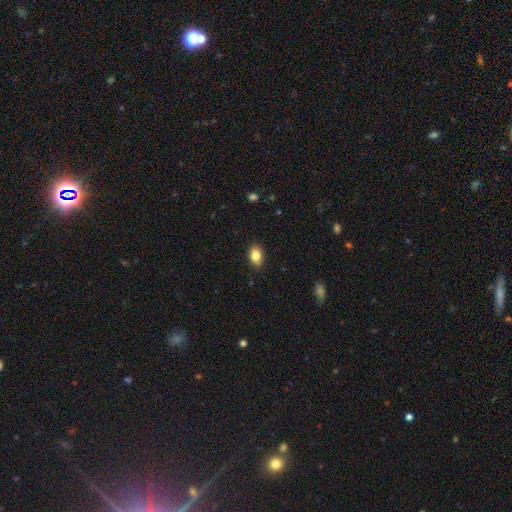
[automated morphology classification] Overall: smooth (84%). How rounded: in between (79%). Merging: none (87%).